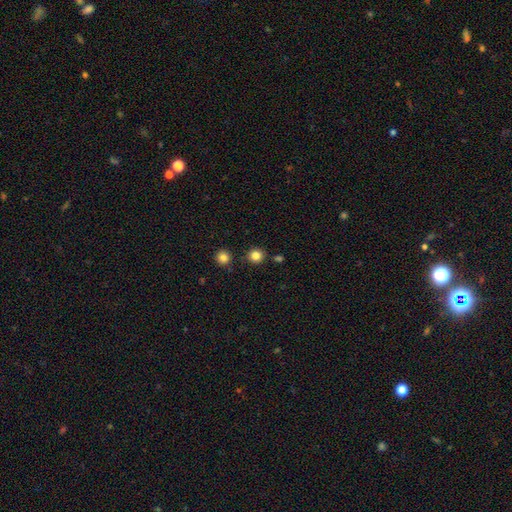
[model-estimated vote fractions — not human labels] Smooth or featured? Predicted: smooth (p=0.83). How rounded? Predicted: round (p=0.92). Merging? Predicted: none (p=0.87).